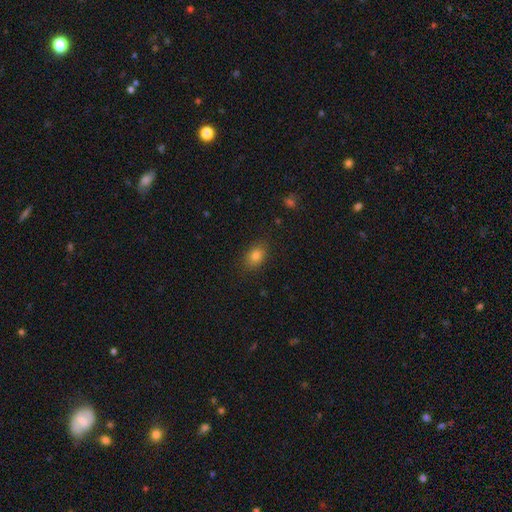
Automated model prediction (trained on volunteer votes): This is likely a smooth galaxy (80%). How rounded: likely in between (73%). Merging: clearly none (84%).